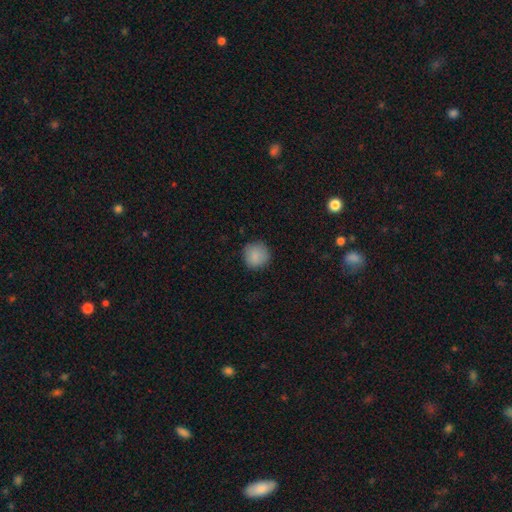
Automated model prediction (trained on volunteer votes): The model was most divided on "merging": none: 84%, minor disturbance: 12%, major disturbance: 3%, merger: 1%. More confident: how rounded — round (92%); smooth or featured — smooth (87%).